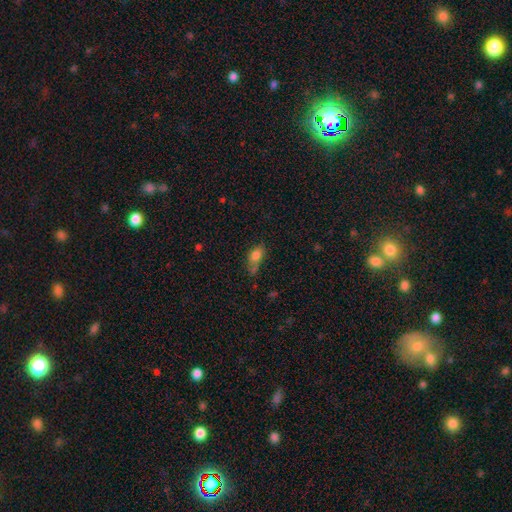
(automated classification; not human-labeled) smooth 79%, featured or disk 10%, star or artifact 10%. Down the decision tree: how rounded — in between (81%); merging — none (41%).